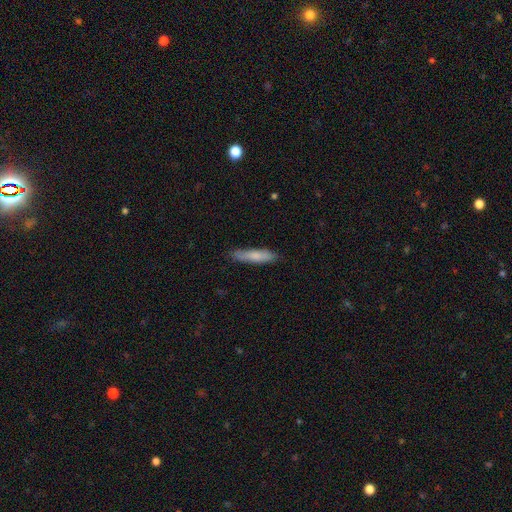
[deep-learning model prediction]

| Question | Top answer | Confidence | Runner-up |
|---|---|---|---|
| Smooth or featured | smooth | 76% | featured or disk (18%) |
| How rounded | cigar-shaped | 84% | in between (14%) |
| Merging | none | 84% | minor disturbance (13%) |